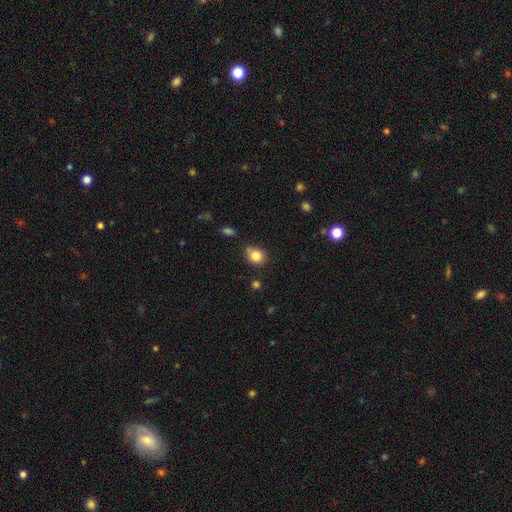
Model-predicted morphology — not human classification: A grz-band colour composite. It shows a smooth galaxy with no disk features (83%) that is round (60%). Merging: none (68%).